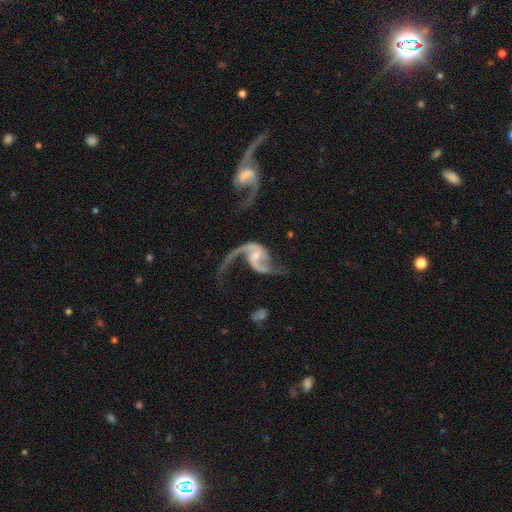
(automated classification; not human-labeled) featured or disk 92%, star or artifact 4%, smooth 3%. Down the decision tree: edge-on disk — no (98%); bar — no (45%); spiral arms — yes (97%); spiral arm count — 2 (91%); spiral winding — loose (77%); bulge size — small (51%); merging — none (55%).